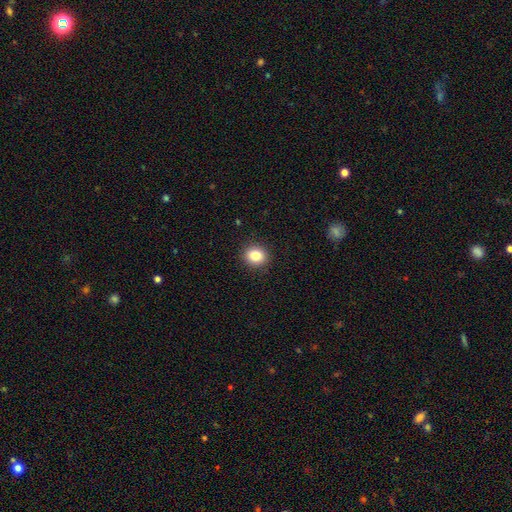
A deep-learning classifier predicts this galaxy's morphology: smooth_or_featured: smooth (p=0.84) [alt: star or artifact p=0.10]
how_rounded: round (p=0.77) [alt: in between p=0.22]
merging: none (p=0.91) [alt: minor disturbance p=0.06]